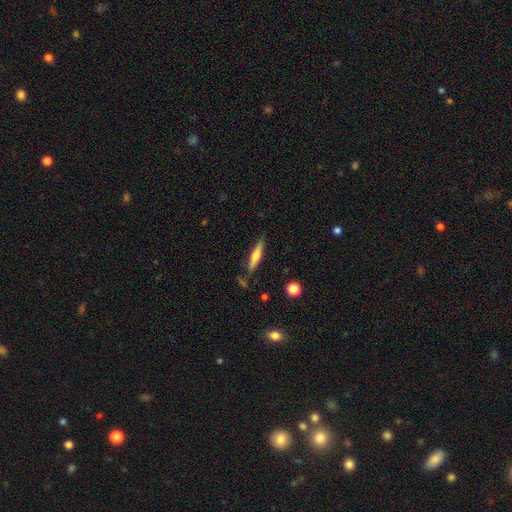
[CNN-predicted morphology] type=featured or disk (50%); edge-on=yes (94%); merging=none (79%).